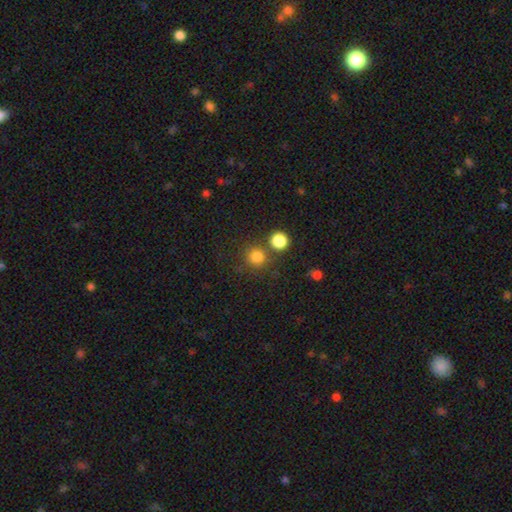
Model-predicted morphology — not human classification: This is clearly a smooth galaxy (81%). How rounded: clearly round (92%). Merging: likely none (72%).